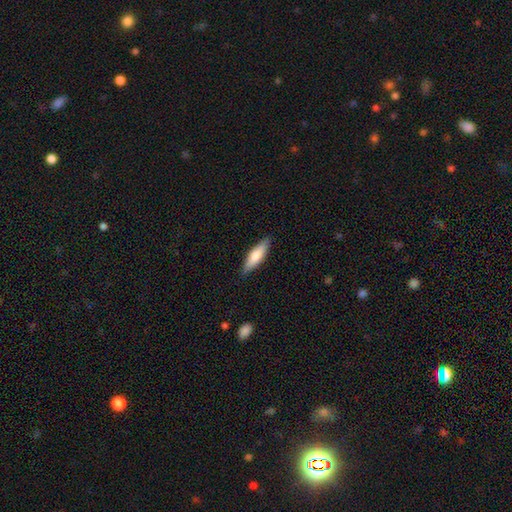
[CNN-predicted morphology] Smooth or featured?
  - smooth: 71% *
  - featured or disk: 24%
  - star or artifact: 5%
How rounded?
  - cigar-shaped: 61% *
  - in between: 37%
  - round: 2%
Merging?
  - none: 87% *
  - minor disturbance: 10%
  - major disturbance: 2%
  - merger: 1%